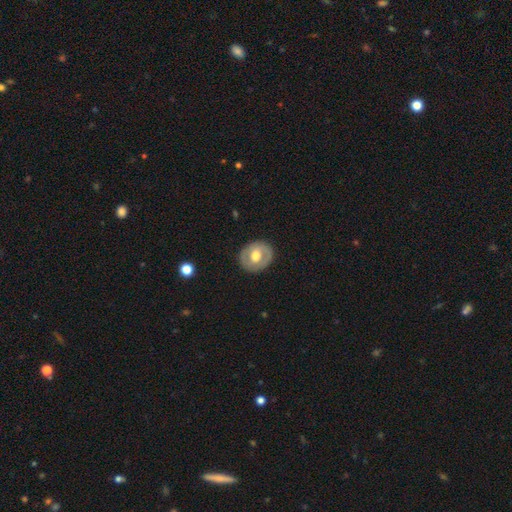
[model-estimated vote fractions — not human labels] featured or disk 50%, smooth 44%, star or artifact 5%. Down the decision tree: edge-on disk — no (95%); merging — none (86%).